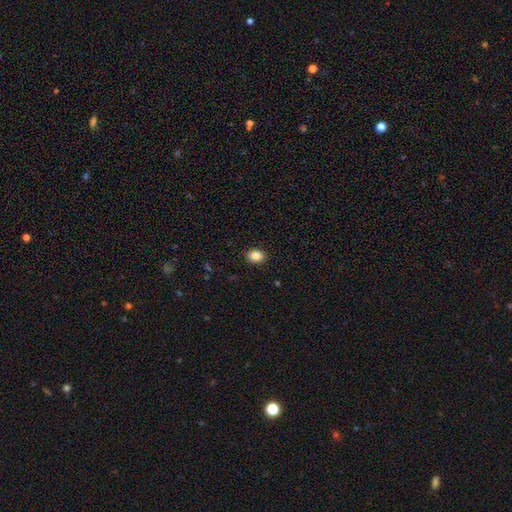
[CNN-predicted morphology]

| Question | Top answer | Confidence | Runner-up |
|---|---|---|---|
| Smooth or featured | smooth | 86% | star or artifact (9%) |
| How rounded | in between | 61% | round (38%) |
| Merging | none | 90% | minor disturbance (7%) |